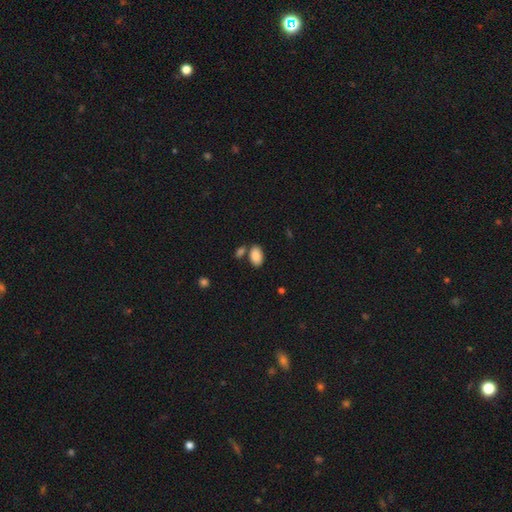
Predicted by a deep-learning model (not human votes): smooth_or_featured: smooth (p=0.88) [alt: star or artifact p=0.08]
how_rounded: in between (p=0.92) [alt: round p=0.06]
merging: none (p=0.66) [alt: merger p=0.19]